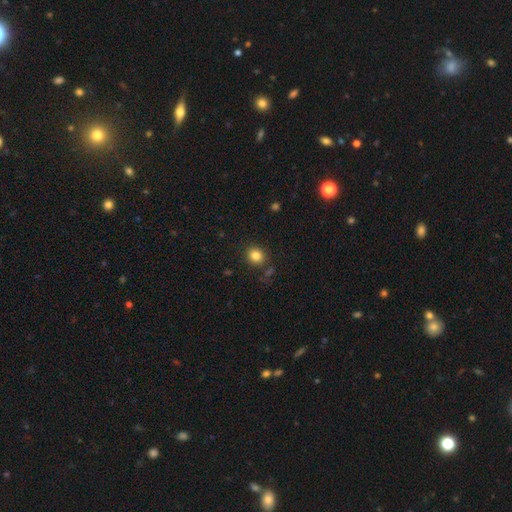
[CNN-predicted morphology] Smooth or featured: smooth — 83% (star or artifact — 11%)
How rounded: round — 74% (in between — 25%)
Merging: none — 85% (minor disturbance — 9%)